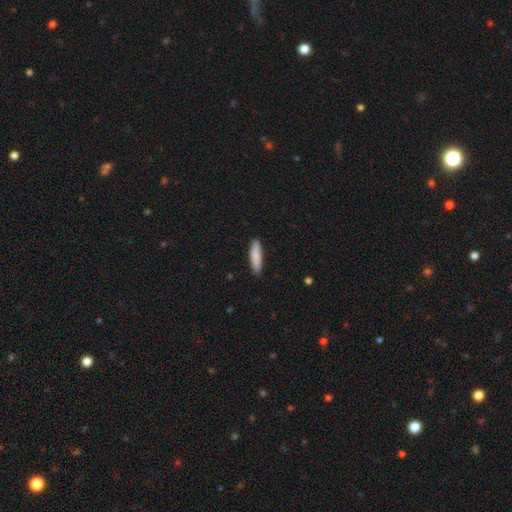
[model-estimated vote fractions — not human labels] smooth_or_featured: smooth (p=0.87) [alt: featured or disk p=0.08]
how_rounded: cigar-shaped (p=0.73) [alt: in between p=0.26]
merging: none (p=0.89) [alt: minor disturbance p=0.08]